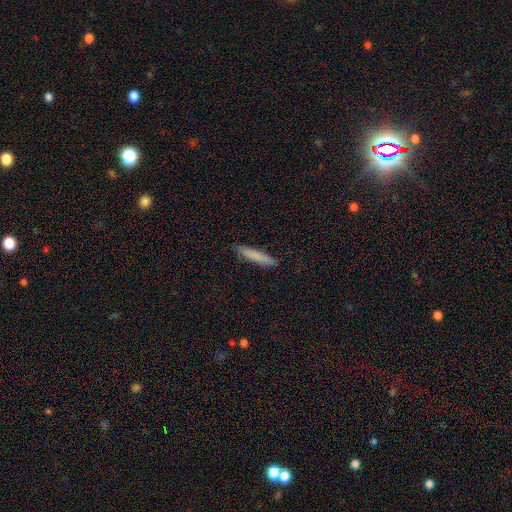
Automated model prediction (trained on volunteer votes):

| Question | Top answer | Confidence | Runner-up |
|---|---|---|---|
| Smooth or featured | smooth | 82% | featured or disk (12%) |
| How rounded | cigar-shaped | 92% | in between (7%) |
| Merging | none | 88% | minor disturbance (9%) |